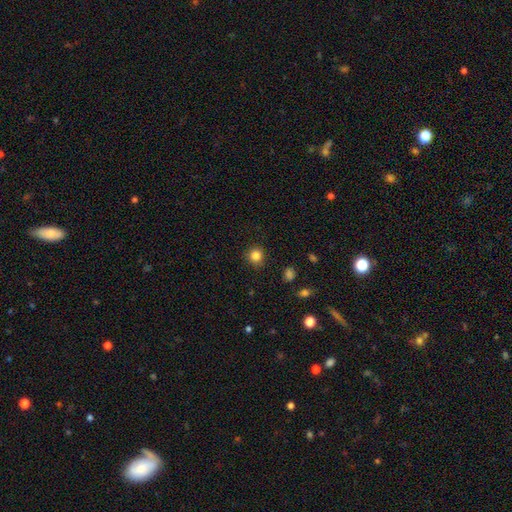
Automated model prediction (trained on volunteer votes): A smooth galaxy with no disk features (85%) that is round (90%). Merging: none (88%).